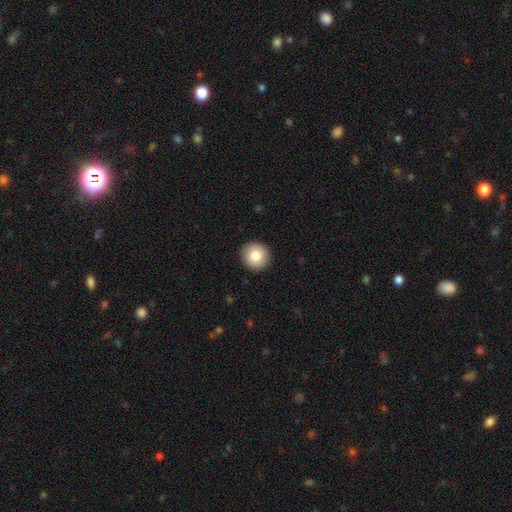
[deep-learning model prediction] Smooth or featured? smooth (83%)
How rounded? round (93%)
Merging? none (92%)